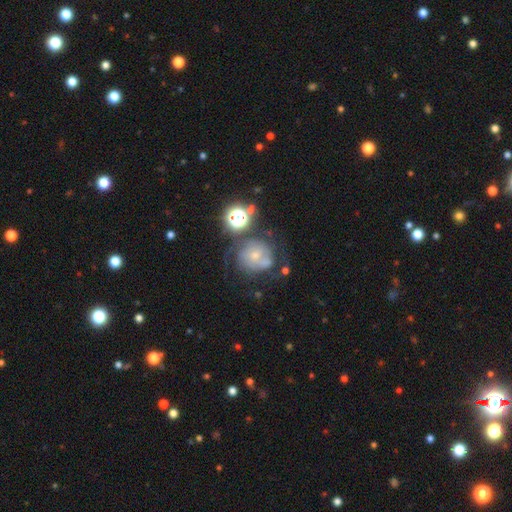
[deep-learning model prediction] Smooth or featured?
  - featured or disk: 53% *
  - smooth: 31%
  - star or artifact: 16%
Edge-on disk?
  - no: 97% *
  - yes: 3%
Bar?
  - no: 78% *
  - weak: 18%
  - strong: 4%
Spiral arms?
  - yes: 69% *
  - no: 31%
Bulge size?
  - small: 63% *
  - moderate: 29%
  - none: 4%
  - large: 2%
  - dominant: 1%
Merging?
  - none: 45% *
  - minor disturbance: 22%
  - major disturbance: 21%
  - merger: 13%